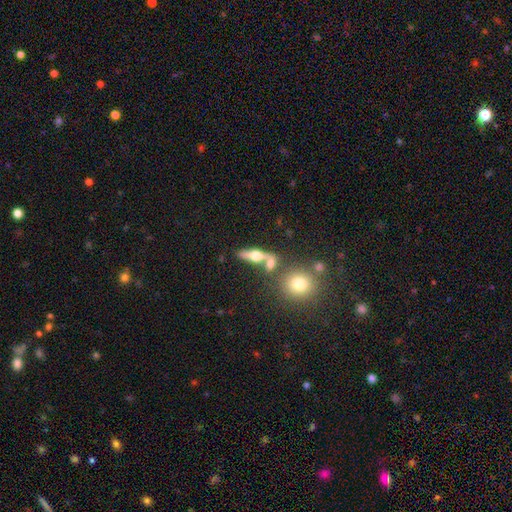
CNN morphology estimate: type=featured or disk (57%); edge-on=yes (82%); merging=none (59%).